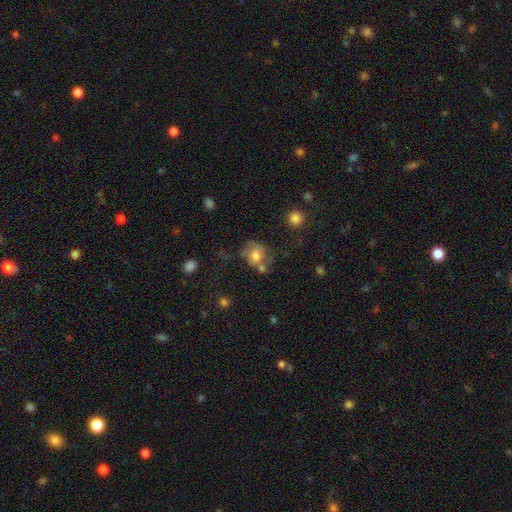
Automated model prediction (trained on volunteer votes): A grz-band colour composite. It shows a smooth galaxy with no disk features (65%) that is round (68%). Merging: none (44%).